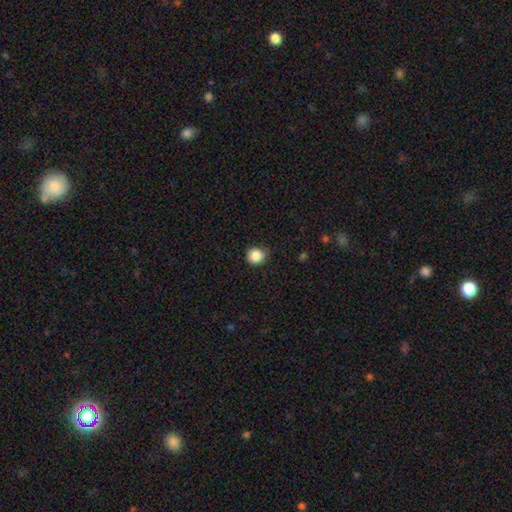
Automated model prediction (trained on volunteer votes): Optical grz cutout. It shows a smooth galaxy with no disk features (87%) that is round (90%). Merging: none (84%).